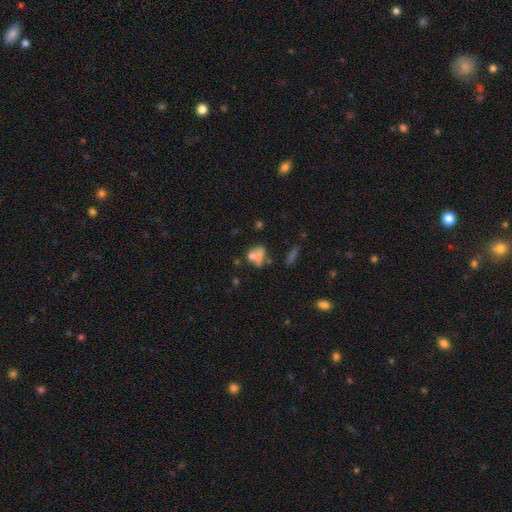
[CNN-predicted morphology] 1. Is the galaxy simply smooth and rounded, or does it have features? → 64% smooth, 22% featured or disk, 14% star or artifact.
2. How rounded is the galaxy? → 60% in between, 36% round, 4% cigar-shaped.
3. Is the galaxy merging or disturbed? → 33% merger, 32% none, 18% minor disturbance, 16% major disturbance.